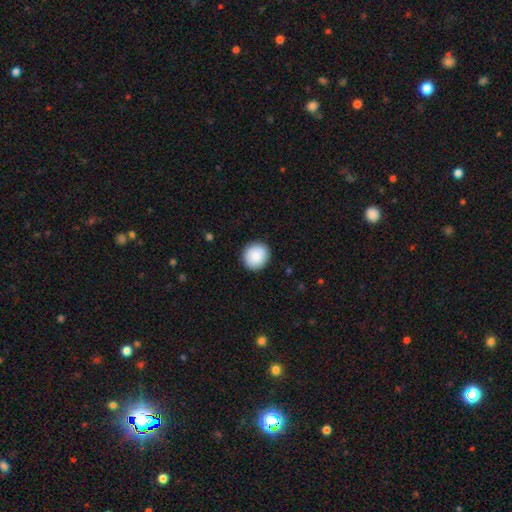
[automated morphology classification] This is clearly a smooth galaxy (87%). How rounded: clearly round (87%). Merging: clearly none (90%).